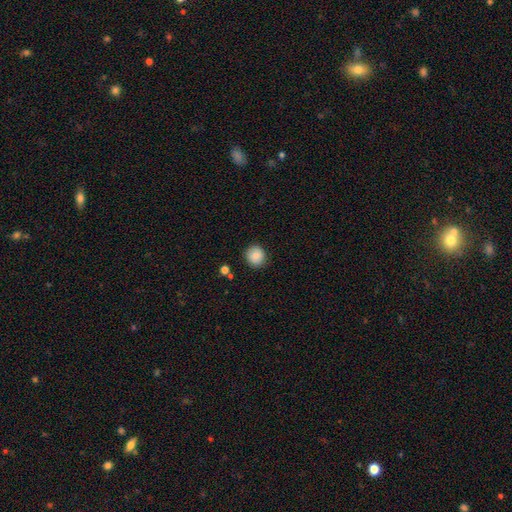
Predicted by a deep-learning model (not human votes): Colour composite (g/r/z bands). It shows a smooth galaxy with no disk features (86%) that is round (91%). Merging: none (88%).